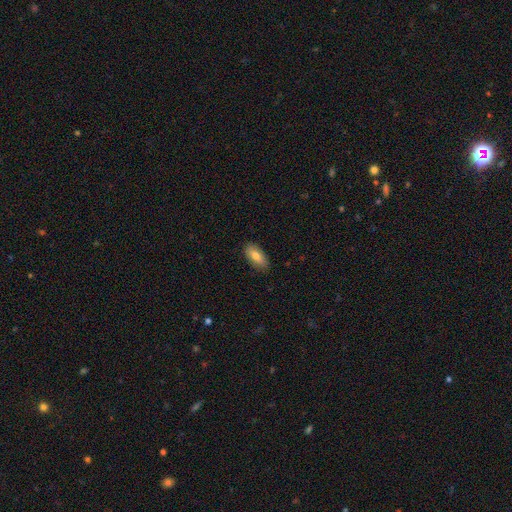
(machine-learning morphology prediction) This is likely a smooth galaxy (77%). How rounded: clearly in between (87%). Merging: clearly none (86%).